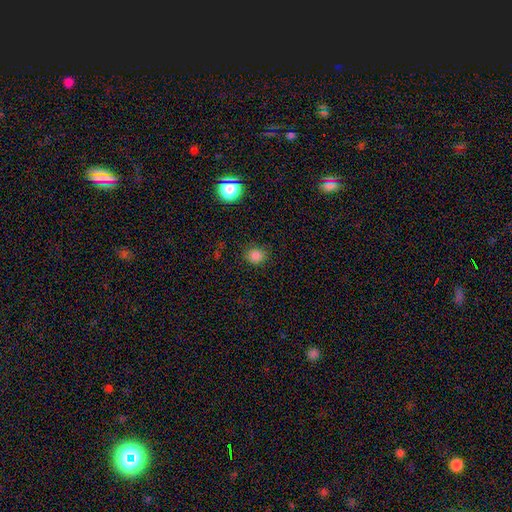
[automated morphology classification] smooth_or_featured: smooth (p=0.83) [alt: star or artifact p=0.14]
how_rounded: round (p=0.73) [alt: in between p=0.26]
merging: none (p=0.84) [alt: minor disturbance p=0.11]